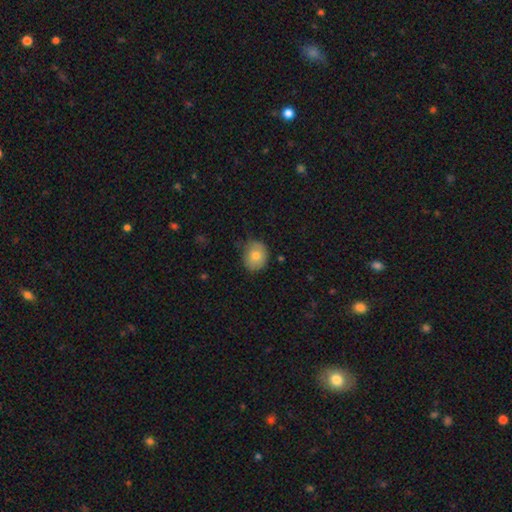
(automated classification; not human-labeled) smooth-or-featured: smooth: 77% | featured or disk: 14% | star or artifact: 9%
  how-rounded: round: 69% | in between: 31% | cigar-shaped: 1%
  merging: none: 71% | minor disturbance: 23% | major disturbance: 4% | merger: 1%